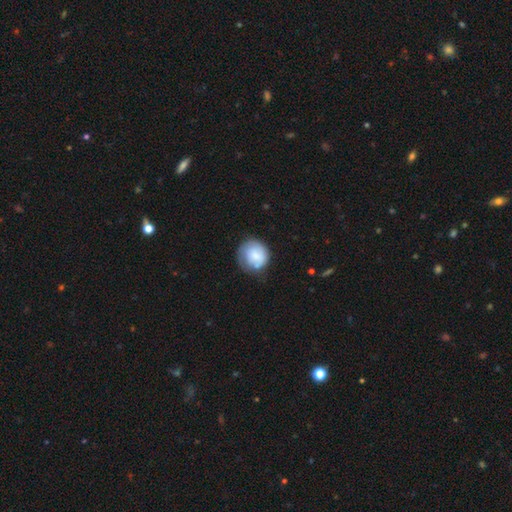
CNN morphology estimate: This is likely a smooth galaxy (72%). How rounded: clearly round (86%). Merging: possibly none (59%).